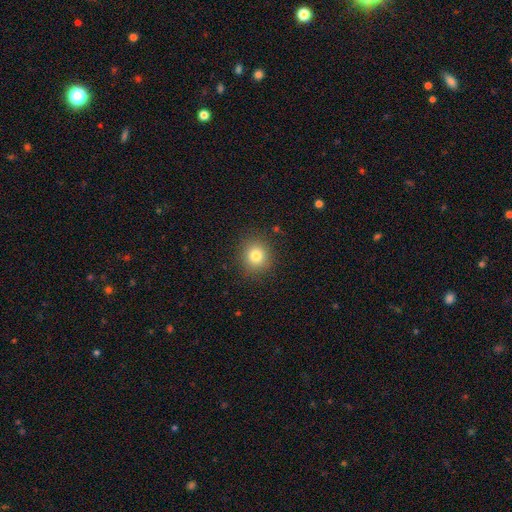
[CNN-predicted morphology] Smooth or featured?
  - smooth: 80% *
  - star or artifact: 12%
  - featured or disk: 8%
How rounded?
  - round: 85% *
  - in between: 14%
  - cigar-shaped: 1%
Merging?
  - none: 88% *
  - minor disturbance: 8%
  - major disturbance: 3%
  - merger: 1%